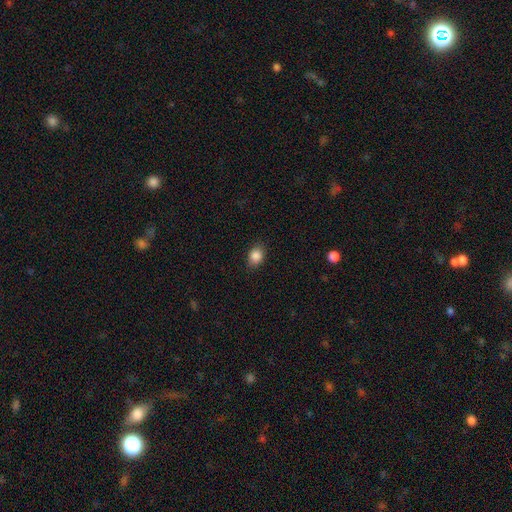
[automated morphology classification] Smooth or featured: smooth — 86% (star or artifact — 9%)
How rounded: in between — 64% (round — 35%)
Merging: none — 84% (minor disturbance — 12%)